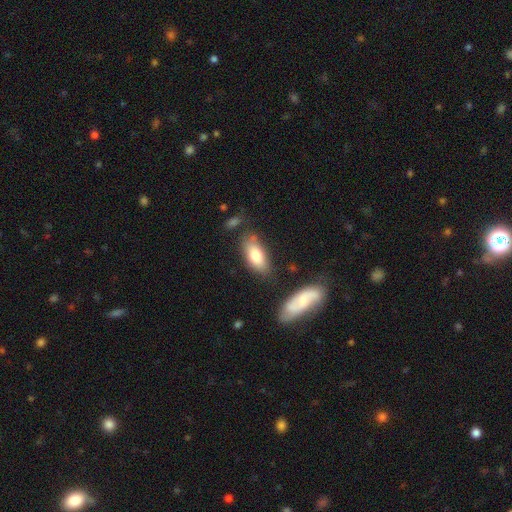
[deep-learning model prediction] Q: Smooth or featured?
A: smooth (76%); runner-up: featured or disk (17%)
Q: How rounded?
A: in between (85%); runner-up: cigar-shaped (11%)
Q: Merging?
A: none (70%); runner-up: minor disturbance (19%)